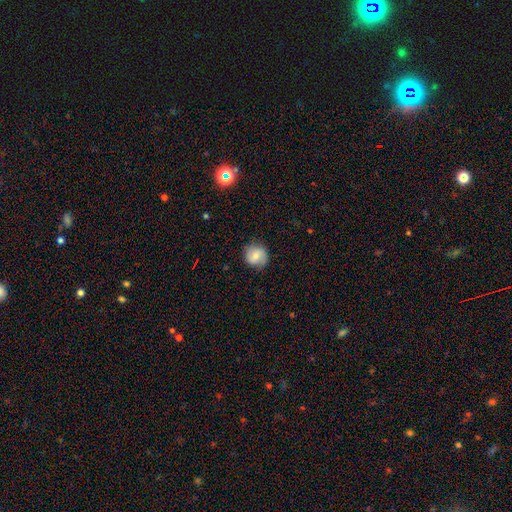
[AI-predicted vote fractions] Overall: smooth (65%; featured or disk 26%). How rounded: round (87%). Merging: none (81%).